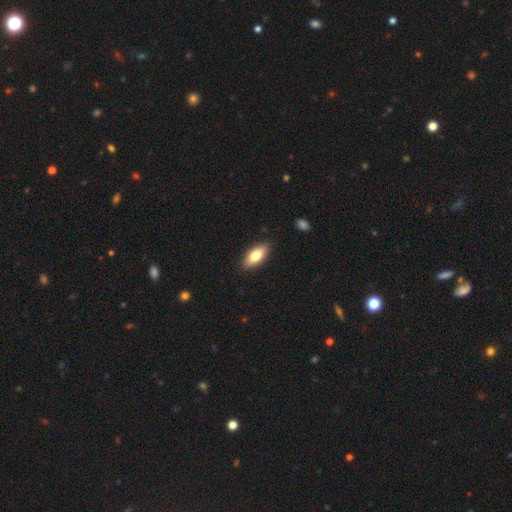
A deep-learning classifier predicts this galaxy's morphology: A smooth galaxy with no disk features (76%) that is in between round and cigar-shaped (84%). Merging: none (86%).